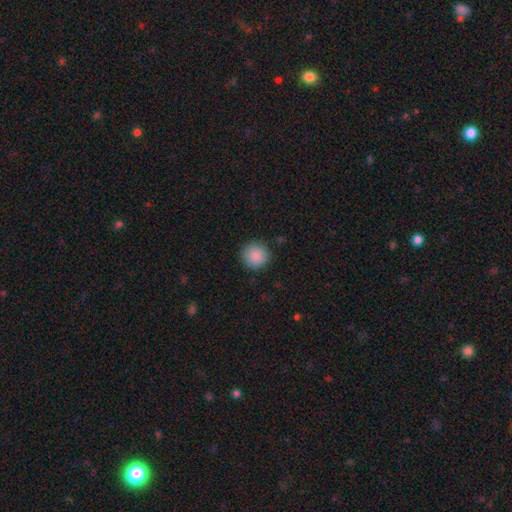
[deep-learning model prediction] Smooth or featured?
  - smooth: 89% *
  - star or artifact: 8%
  - featured or disk: 3%
How rounded?
  - round: 95% *
  - in between: 4%
  - cigar-shaped: 1%
Merging?
  - none: 90% *
  - minor disturbance: 7%
  - major disturbance: 2%
  - merger: 1%